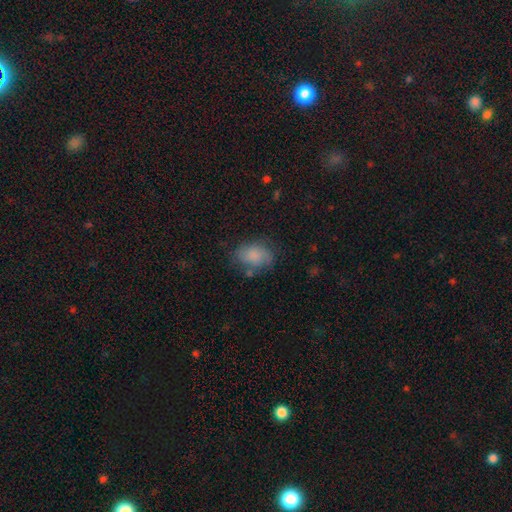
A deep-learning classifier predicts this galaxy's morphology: type=smooth (80%); roundness=in between (76%); merging=none (62%).